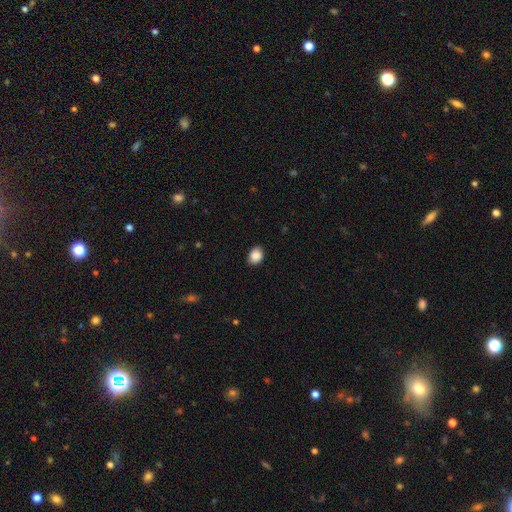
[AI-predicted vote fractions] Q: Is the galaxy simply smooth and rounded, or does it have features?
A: smooth — 89%.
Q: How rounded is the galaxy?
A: in between — 63%.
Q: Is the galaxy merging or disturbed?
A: none — 87%.